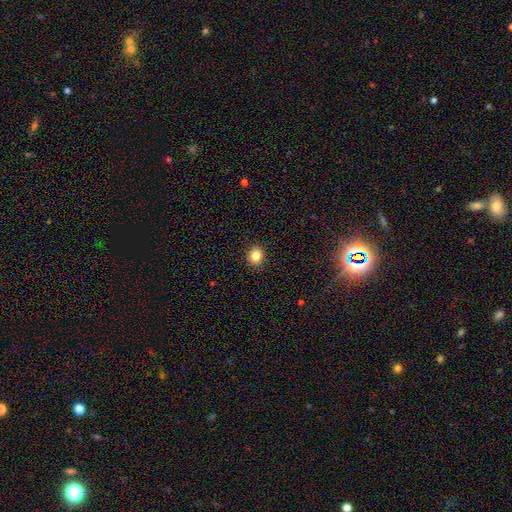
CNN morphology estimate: A smooth galaxy with no disk features (83%) that is round (72%).

Vote fractions:
- Smooth or featured? smooth: 83% / star or artifact: 11% / featured or disk: 6%
- How rounded? round: 72% / in between: 27% / cigar-shaped: 1%
- Merging? none: 91% / minor disturbance: 6% / major disturbance: 2% / merger: 1%